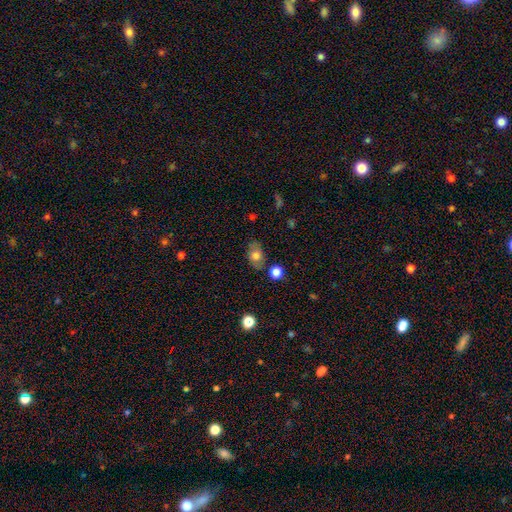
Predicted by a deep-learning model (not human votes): A smooth galaxy with no disk features (74%) that is in between round and cigar-shaped (76%). Merging: none (73%).